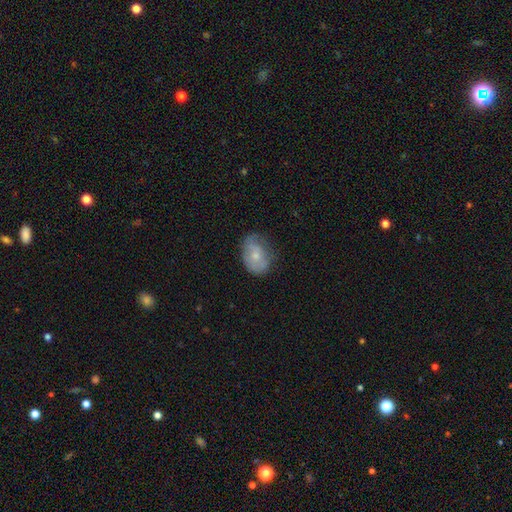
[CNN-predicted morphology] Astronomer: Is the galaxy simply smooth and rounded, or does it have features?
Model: smooth — 61%.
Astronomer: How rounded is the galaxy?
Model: in between — 75%.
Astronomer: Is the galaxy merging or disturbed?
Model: none — 53% (runner-up: minor disturbance, 33%).